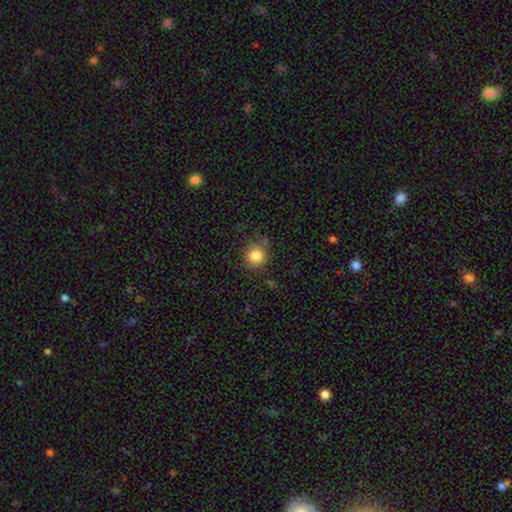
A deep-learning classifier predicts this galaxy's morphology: smooth_or_featured: smooth (p=0.84) [alt: star or artifact p=0.11]
how_rounded: round (p=0.90) [alt: in between p=0.09]
merging: none (p=0.80) [alt: minor disturbance p=0.13]